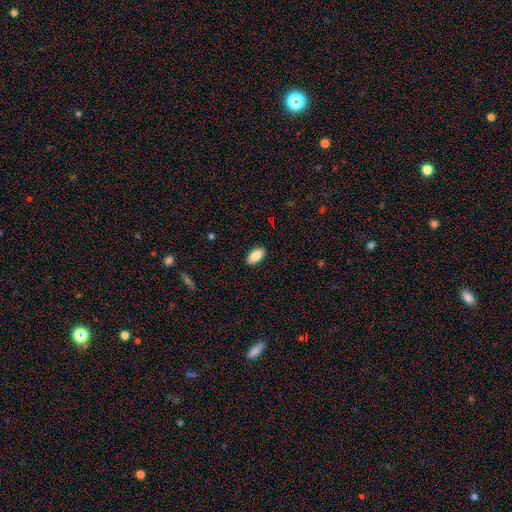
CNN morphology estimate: This appears to be a smooth galaxy with no disk features (84%) that is in between round and cigar-shaped (93%). Merging: none (90%).